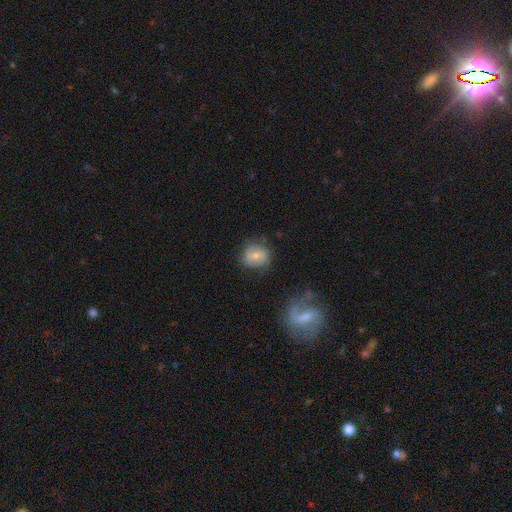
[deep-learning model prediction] Overall: smooth (62%; featured or disk 30%). How rounded: round (71%). Merging: none (69%).